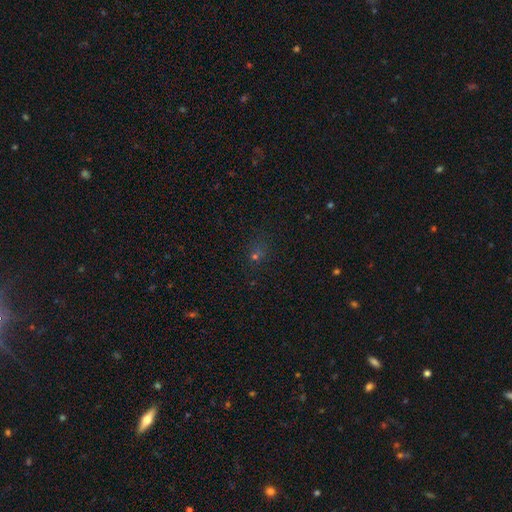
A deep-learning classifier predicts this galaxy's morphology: type=star or artifact (47%).